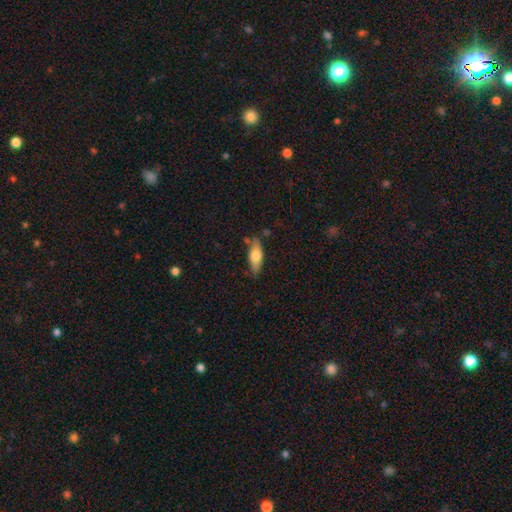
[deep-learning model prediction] This appears to be a smooth galaxy with no disk features (64%) that is in between round and cigar-shaped (63%). Merging: none (74%).